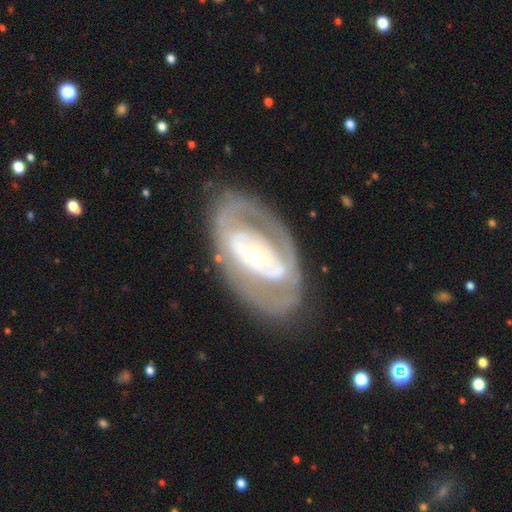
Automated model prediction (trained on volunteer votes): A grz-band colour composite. It shows a featured or disk galaxy (81%) with a strong bar (36%, tied with no), spiral arms (61%) and a small central bulge (56%). Merging: none (73%).